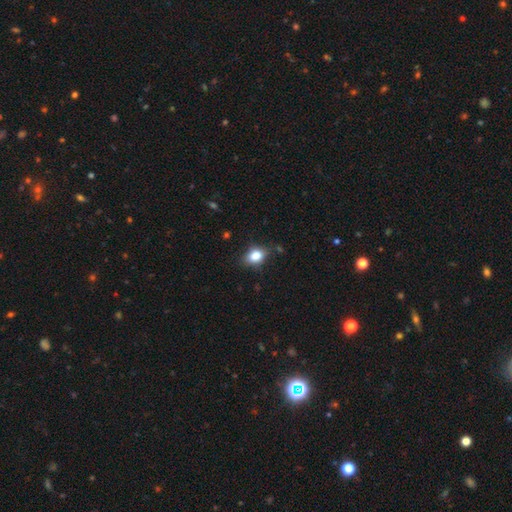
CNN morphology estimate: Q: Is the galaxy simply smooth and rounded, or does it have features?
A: smooth — 83%.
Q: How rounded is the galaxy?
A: in between — 71%.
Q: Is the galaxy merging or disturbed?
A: none — 74%.